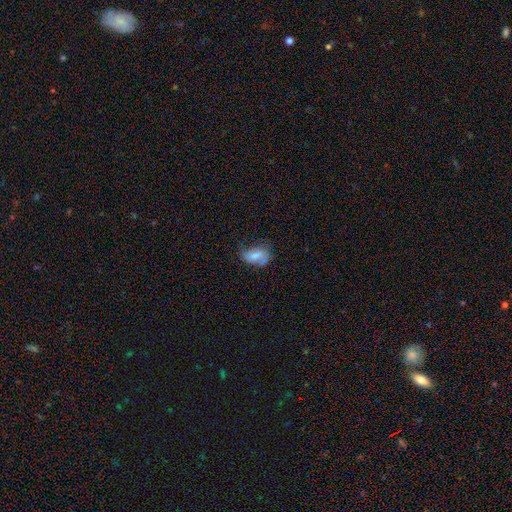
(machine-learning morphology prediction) smooth 65%, featured or disk 27%, star or artifact 9%. Down the decision tree: how rounded — in between (88%); merging — none (46%).